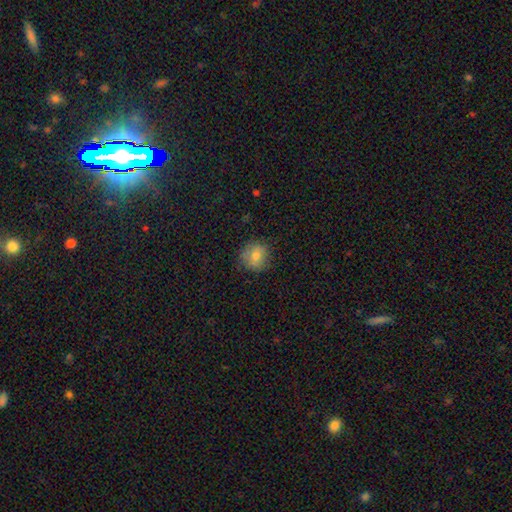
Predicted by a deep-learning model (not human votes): Overall: smooth (78%). How rounded: round (85%). Merging: none (82%).